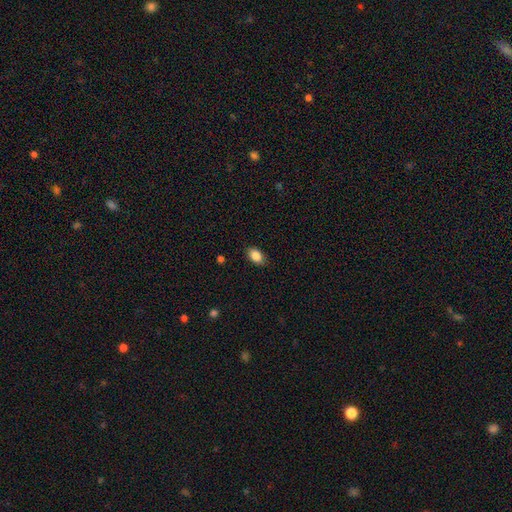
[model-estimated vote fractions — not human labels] A smooth galaxy with no disk features (87%) that is in between round and cigar-shaped (88%). Merging: none (86%).